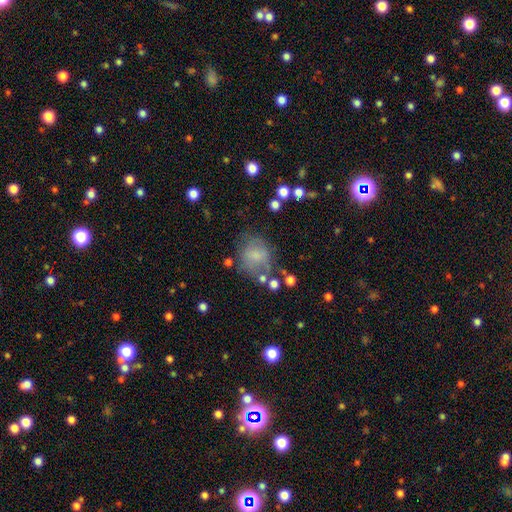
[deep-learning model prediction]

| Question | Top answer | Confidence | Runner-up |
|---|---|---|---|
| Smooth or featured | smooth | 63% | featured or disk (25%) |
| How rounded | round | 57% | in between (42%) |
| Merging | none | 50% | minor disturbance (24%) |